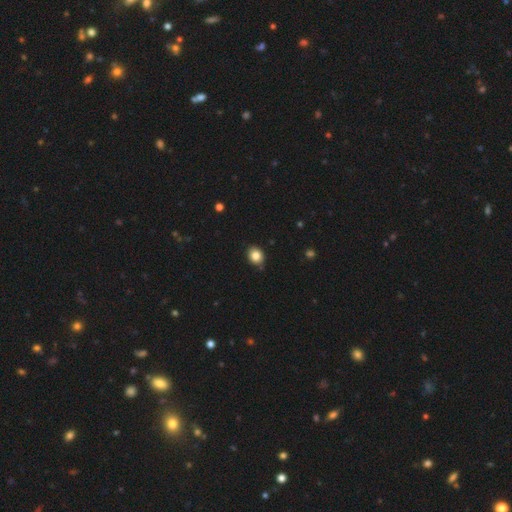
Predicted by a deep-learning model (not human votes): A smooth galaxy with no disk features (84%) that is round (61%).

Vote fractions:
- Smooth or featured? smooth: 84% / star or artifact: 10% / featured or disk: 6%
- How rounded? round: 61% / in between: 38% / cigar-shaped: 1%
- Merging? none: 85% / minor disturbance: 11% / merger: 2% / major disturbance: 2%